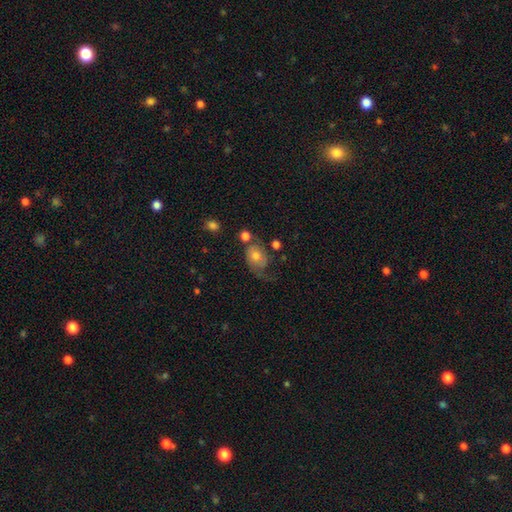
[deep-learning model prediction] Overall: featured or disk (51%; smooth 38%). Edge-on disk: no (96%). Merging: none (39%; major disturbance 28%).